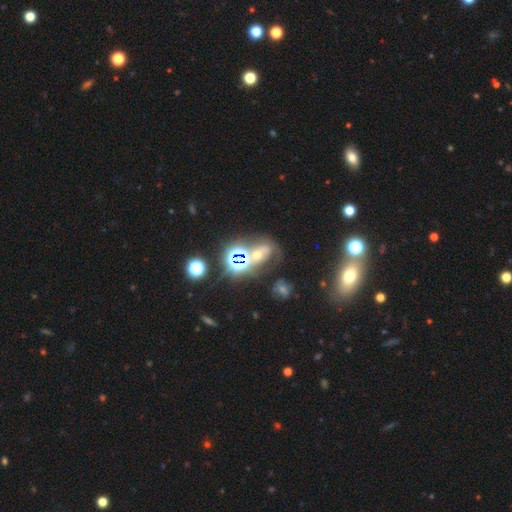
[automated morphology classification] Q: Smooth or featured?
A: star or artifact (44%); runner-up: featured or disk (28%)